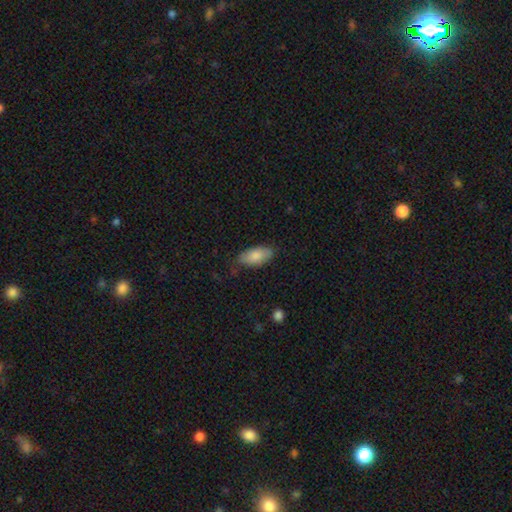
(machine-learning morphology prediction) Smooth or featured: smooth — 84% (featured or disk — 10%)
How rounded: in between — 91% (cigar-shaped — 7%)
Merging: none — 77% (minor disturbance — 19%)